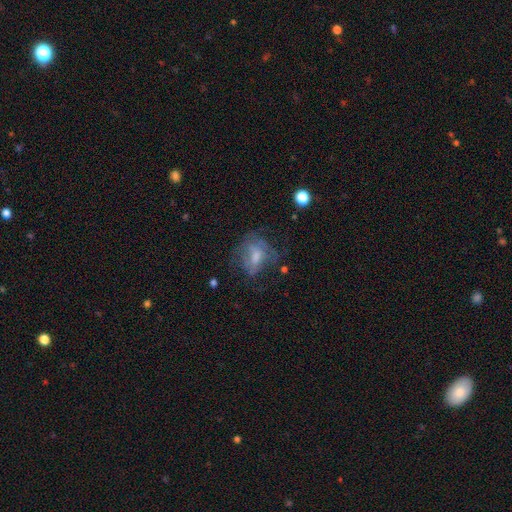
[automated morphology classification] This appears to be a smooth galaxy with no disk features (47%). Merging: none (42%).